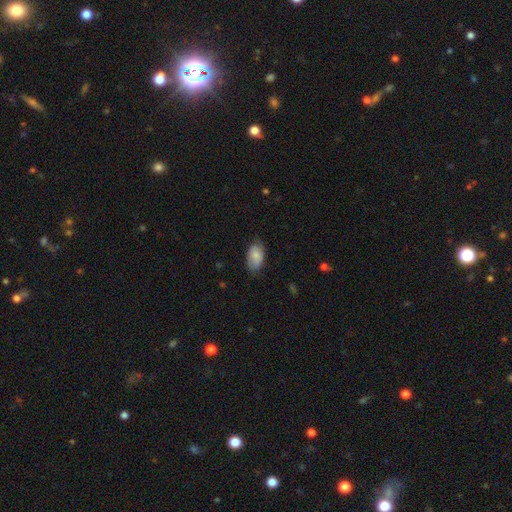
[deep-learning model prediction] Smooth or featured? smooth (80%)
How rounded? in between (93%)
Merging? none (73%)